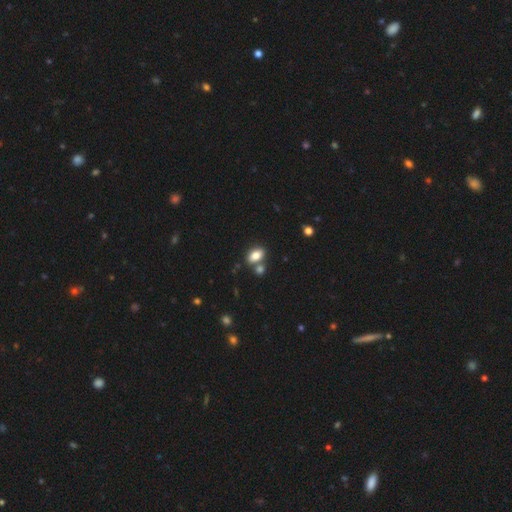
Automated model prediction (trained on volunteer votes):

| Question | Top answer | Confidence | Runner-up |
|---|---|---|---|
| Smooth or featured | smooth | 83% | star or artifact (9%) |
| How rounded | in between | 88% | round (10%) |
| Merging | none | 61% | merger (25%) |